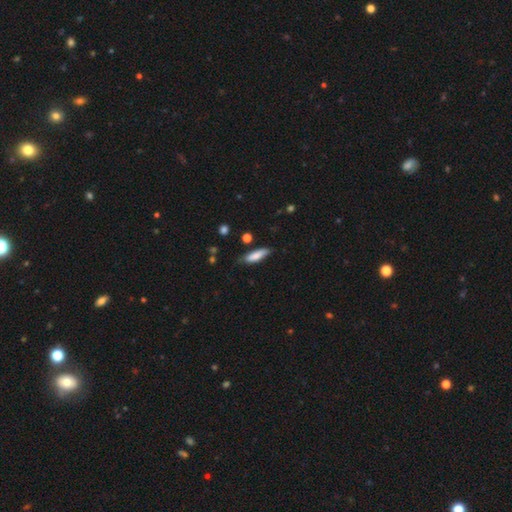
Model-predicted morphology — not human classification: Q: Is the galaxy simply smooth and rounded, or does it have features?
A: smooth — 80%.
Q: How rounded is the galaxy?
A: cigar-shaped — 61%.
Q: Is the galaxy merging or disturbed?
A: none — 73%.